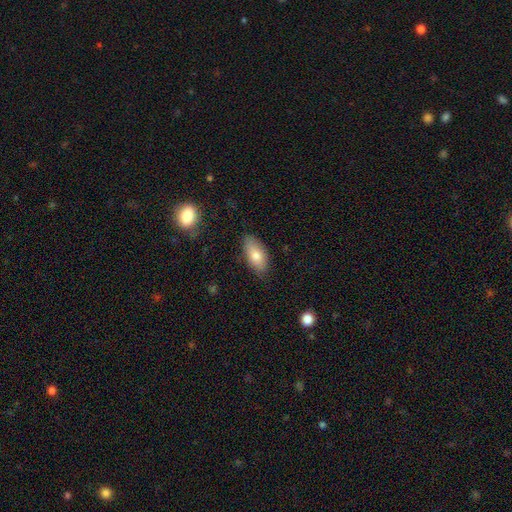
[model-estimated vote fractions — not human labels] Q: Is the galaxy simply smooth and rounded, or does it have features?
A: smooth — 77%.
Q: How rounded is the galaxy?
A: in between — 89%.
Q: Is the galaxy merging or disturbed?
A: none — 81%.